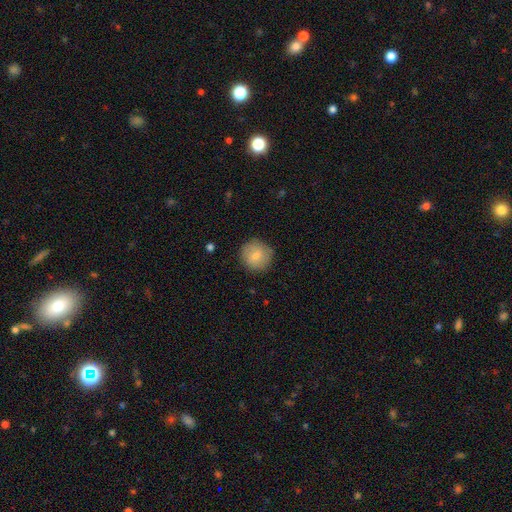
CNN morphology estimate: The model was most divided on "smooth or featured": smooth: 81%, featured or disk: 13%, star or artifact: 7%. More confident: how rounded — round (92%); merging — none (82%).